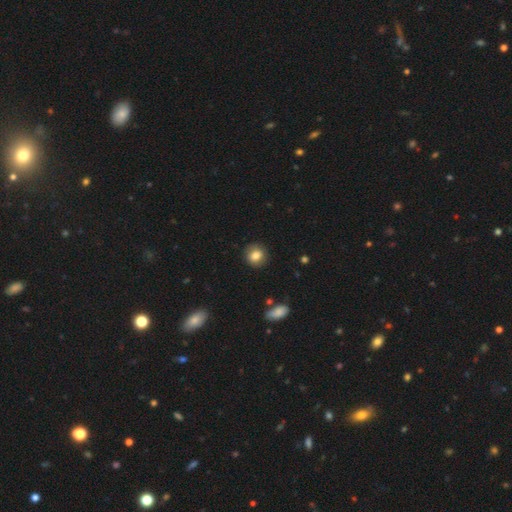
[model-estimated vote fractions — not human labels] Smooth or featured?
  - smooth: 80% *
  - featured or disk: 11%
  - star or artifact: 9%
How rounded?
  - round: 79% *
  - in between: 20%
  - cigar-shaped: 1%
Merging?
  - none: 86% *
  - minor disturbance: 10%
  - major disturbance: 3%
  - merger: 1%